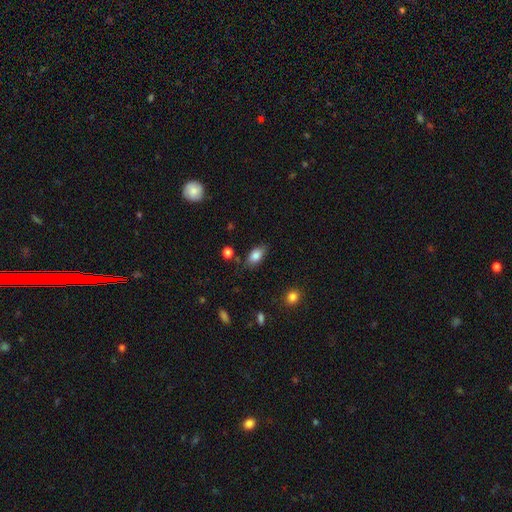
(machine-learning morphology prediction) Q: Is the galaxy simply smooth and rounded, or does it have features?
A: smooth — 83%.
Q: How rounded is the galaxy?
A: in between — 88%.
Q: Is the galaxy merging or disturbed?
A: none — 77%.